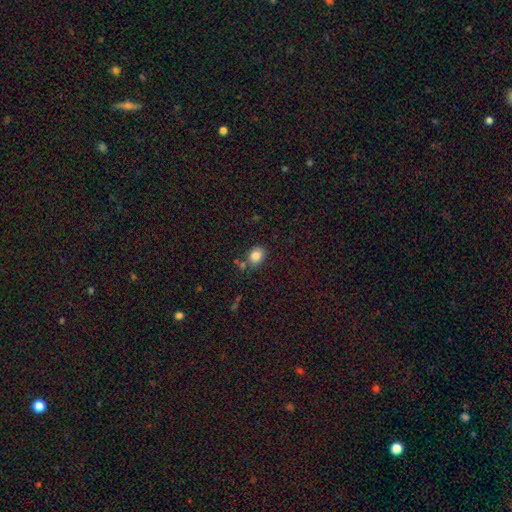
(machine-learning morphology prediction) type=smooth (82%); roundness=round (57%); merging=none (72%).